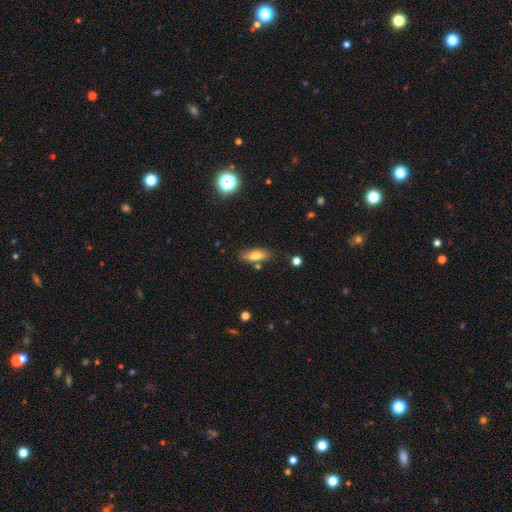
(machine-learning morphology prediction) Smooth or featured?
  - smooth: 74% *
  - featured or disk: 18%
  - star or artifact: 8%
How rounded?
  - in between: 70% *
  - cigar-shaped: 27%
  - round: 3%
Merging?
  - none: 79% *
  - minor disturbance: 13%
  - merger: 6%
  - major disturbance: 3%